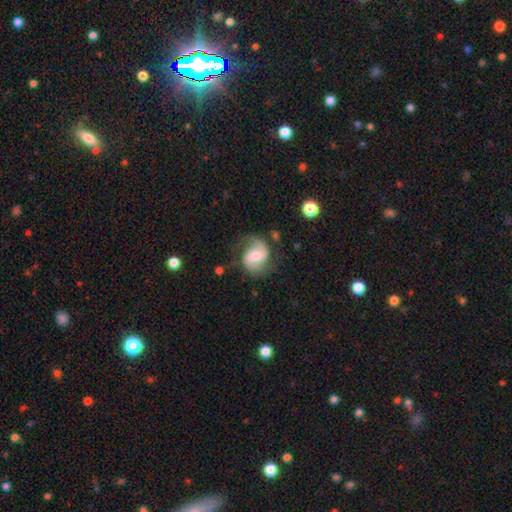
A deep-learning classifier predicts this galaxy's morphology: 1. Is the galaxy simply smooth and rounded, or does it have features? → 76% featured or disk, 18% smooth, 6% star or artifact.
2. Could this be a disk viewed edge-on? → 98% no, 2% yes.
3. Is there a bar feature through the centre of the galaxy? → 44% weak, 43% no, 12% strong.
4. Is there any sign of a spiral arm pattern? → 94% yes, 6% no.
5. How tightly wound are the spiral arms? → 48% medium, 32% loose, 19% tight.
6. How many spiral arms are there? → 85% 2, 6% 1, 5% can't tell, 1% 3, 1% 4, 1% more than 4.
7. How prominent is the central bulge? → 62% moderate, 25% small, 9% large, 3% none, 1% dominant.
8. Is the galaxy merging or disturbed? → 65% none, 21% minor disturbance, 12% major disturbance, 2% merger.